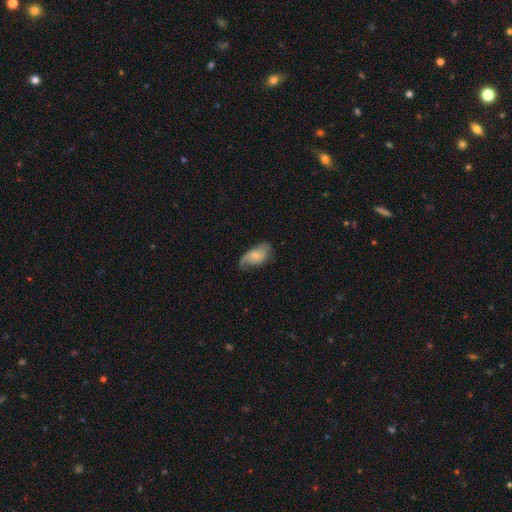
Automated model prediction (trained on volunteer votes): smooth_or_featured: smooth (p=0.50) [alt: featured or disk p=0.43]
how_rounded: in between (p=0.92) [alt: round p=0.04]
merging: none (p=0.47) [alt: minor disturbance p=0.31]